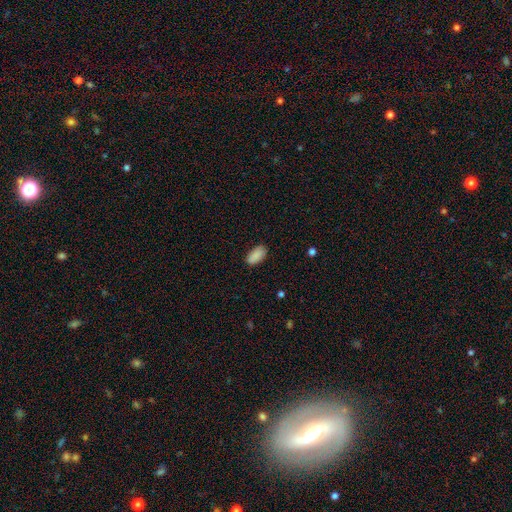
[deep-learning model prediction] Smooth or featured: smooth — 89% (star or artifact — 7%)
How rounded: in between — 93% (cigar-shaped — 5%)
Merging: none — 85% (minor disturbance — 11%)